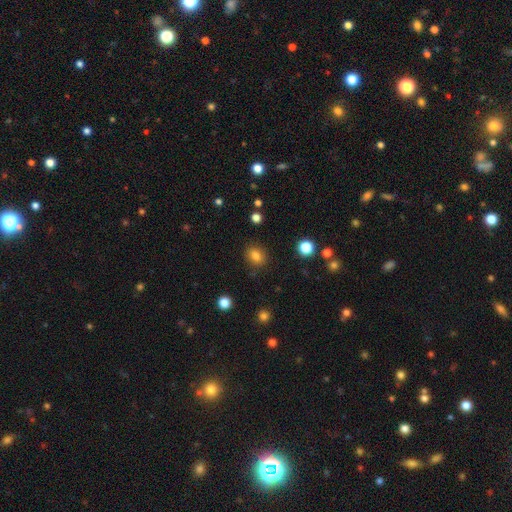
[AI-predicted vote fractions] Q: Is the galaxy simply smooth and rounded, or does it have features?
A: smooth — 83%.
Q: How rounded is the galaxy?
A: round — 59%.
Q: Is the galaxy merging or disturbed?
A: none — 86%.